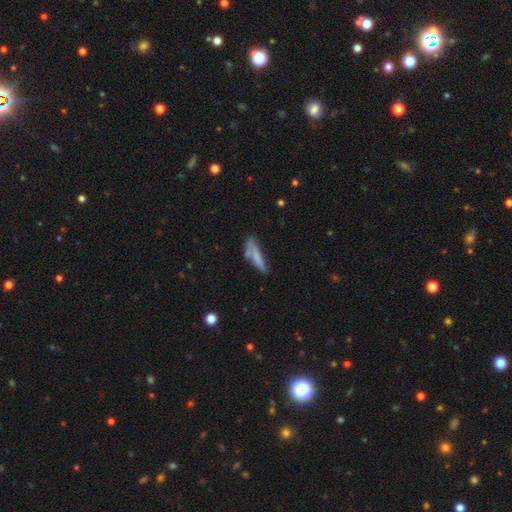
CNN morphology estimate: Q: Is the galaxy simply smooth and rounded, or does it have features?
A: smooth — 68%.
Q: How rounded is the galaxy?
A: cigar-shaped — 82%.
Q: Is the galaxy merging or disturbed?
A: none — 53%.